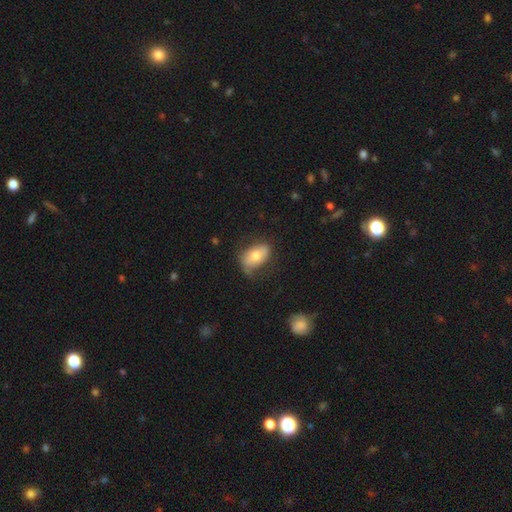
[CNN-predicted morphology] Overall: smooth (61%; featured or disk 32%). How rounded: in between (89%). Merging: none (57%; minor disturbance 29%).